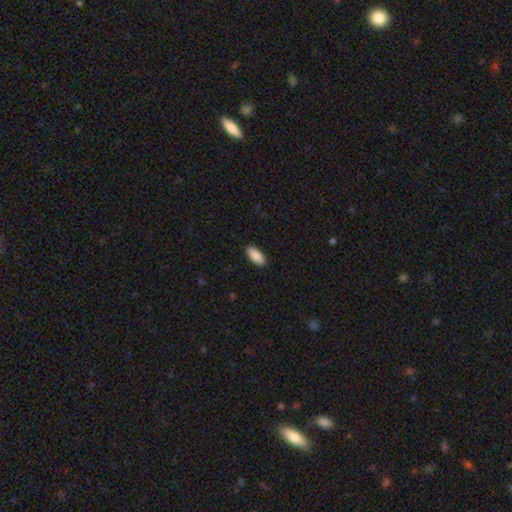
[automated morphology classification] Smooth or featured: smooth — 88% (star or artifact — 6%)
How rounded: in between — 89% (cigar-shaped — 9%)
Merging: none — 89% (minor disturbance — 8%)